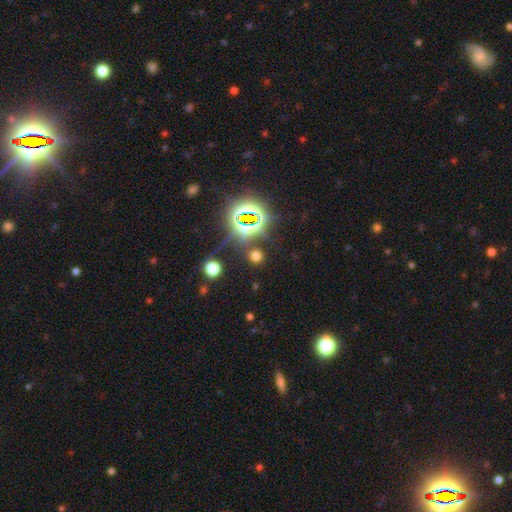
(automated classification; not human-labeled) smooth-or-featured: smooth: 53% | star or artifact: 40% | featured or disk: 7%
  how-rounded: round: 87% | in between: 11% | cigar-shaped: 2%
  merging: none: 84% | minor disturbance: 7% | merger: 5% | major disturbance: 4%